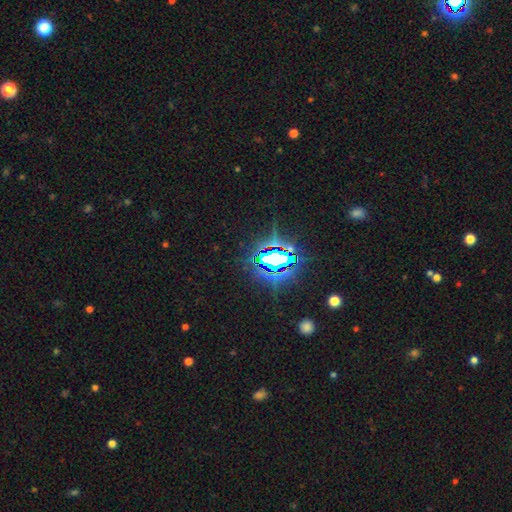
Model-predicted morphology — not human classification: smooth_or_featured: star or artifact (p=0.83) [alt: smooth p=0.10]